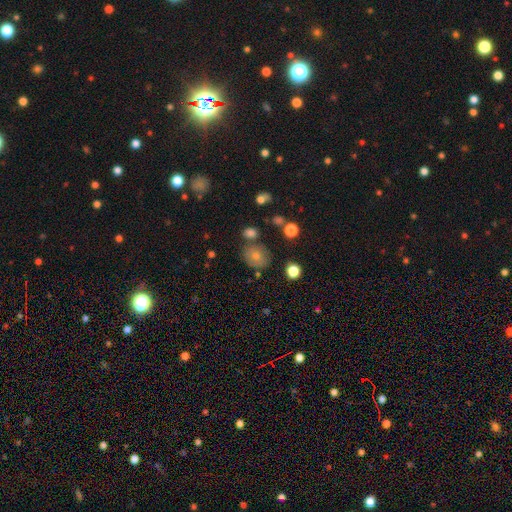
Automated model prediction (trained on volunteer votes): Smooth or featured?
  - smooth: 61% *
  - star or artifact: 20%
  - featured or disk: 19%
How rounded?
  - round: 64% *
  - in between: 35%
  - cigar-shaped: 1%
Merging?
  - none: 75% *
  - minor disturbance: 13%
  - merger: 8%
  - major disturbance: 4%